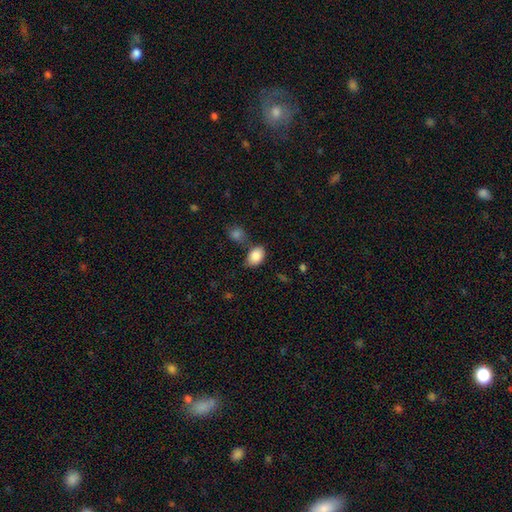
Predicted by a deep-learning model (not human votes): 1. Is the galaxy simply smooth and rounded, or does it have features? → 86% smooth, 8% star or artifact, 6% featured or disk.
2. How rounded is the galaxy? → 82% in between, 16% round, 1% cigar-shaped.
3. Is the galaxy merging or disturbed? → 56% none, 24% minor disturbance, 14% merger, 6% major disturbance.